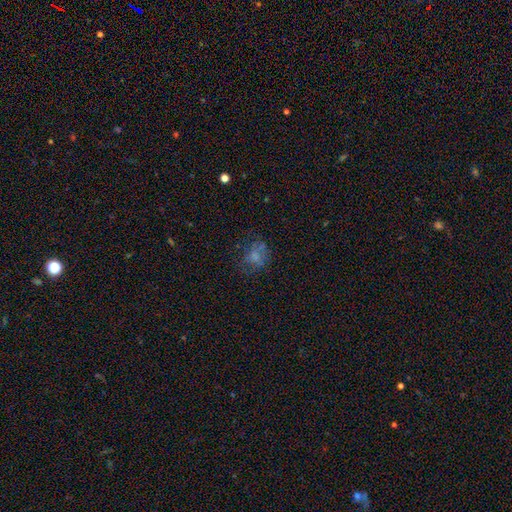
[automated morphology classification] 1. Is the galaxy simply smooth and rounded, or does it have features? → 58% smooth, 25% featured or disk, 18% star or artifact.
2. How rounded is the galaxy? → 64% round, 35% in between, 1% cigar-shaped.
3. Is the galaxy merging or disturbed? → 56% none, 20% minor disturbance, 19% major disturbance, 5% merger.